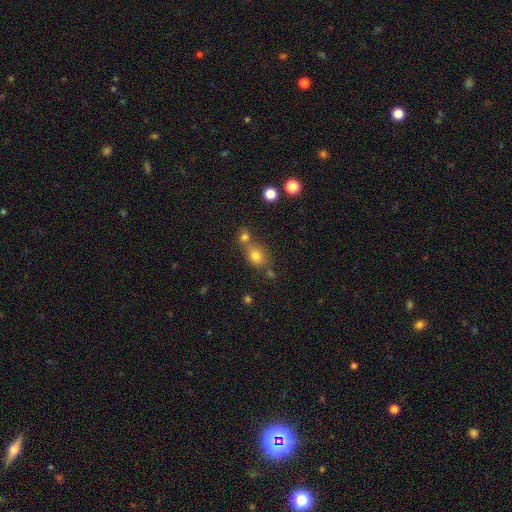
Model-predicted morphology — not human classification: smooth_or_featured: smooth (p=0.77) [alt: star or artifact p=0.14]
how_rounded: round (p=0.57) [alt: in between p=0.42]
merging: none (p=0.52) [alt: merger p=0.33]